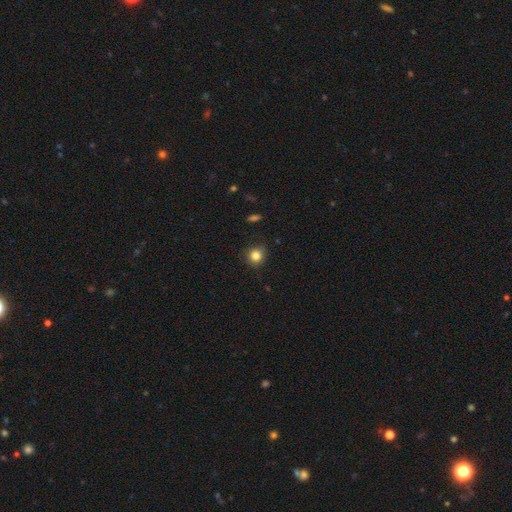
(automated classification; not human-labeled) A smooth galaxy with no disk features (83%) that is round (89%).

Vote fractions:
- Smooth or featured? smooth: 83% / star or artifact: 12% / featured or disk: 5%
- How rounded? round: 89% / in between: 10% / cigar-shaped: 1%
- Merging? none: 84% / minor disturbance: 12% / major disturbance: 3% / merger: 1%